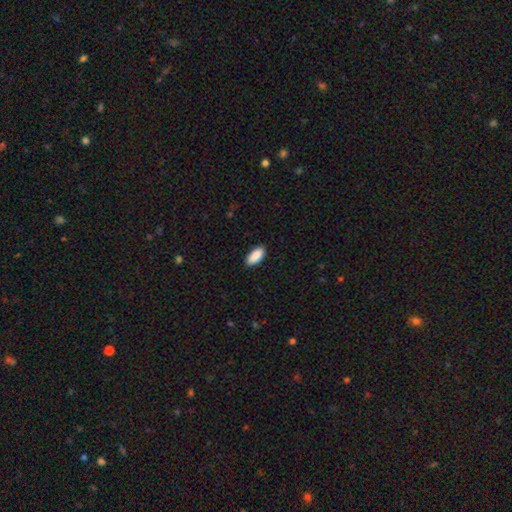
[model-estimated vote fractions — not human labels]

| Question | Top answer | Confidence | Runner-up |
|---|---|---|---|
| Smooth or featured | smooth | 91% | star or artifact (6%) |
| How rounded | in between | 90% | cigar-shaped (8%) |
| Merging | none | 89% | minor disturbance (8%) |